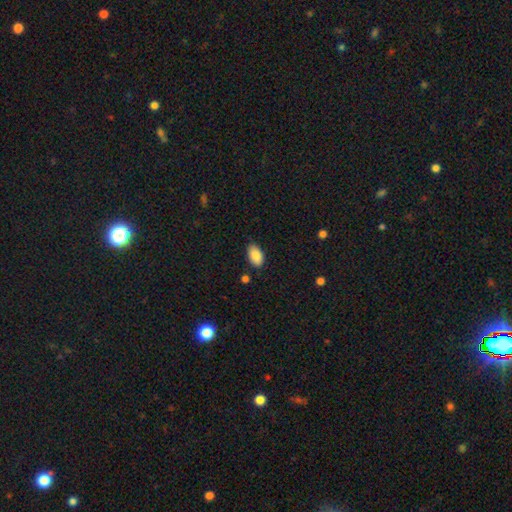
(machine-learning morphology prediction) smooth_or_featured: smooth (p=0.88) [alt: star or artifact p=0.07]
how_rounded: in between (p=0.94) [alt: round p=0.05]
merging: none (p=0.82) [alt: minor disturbance p=0.14]